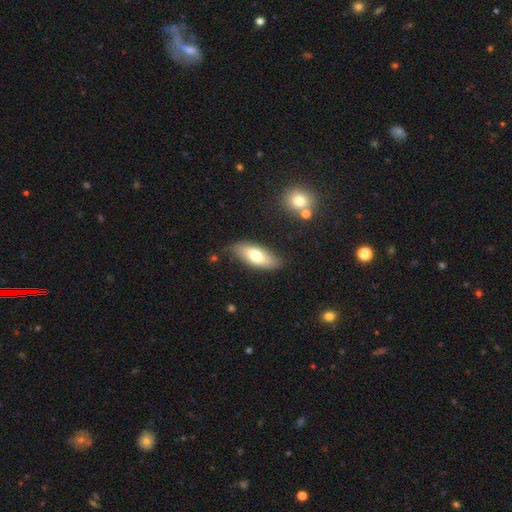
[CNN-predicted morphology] The model was most divided on "smooth or featured": smooth: 69%, featured or disk: 25%, star or artifact: 6%. More confident: merging — none (82%); how rounded — in between (76%).